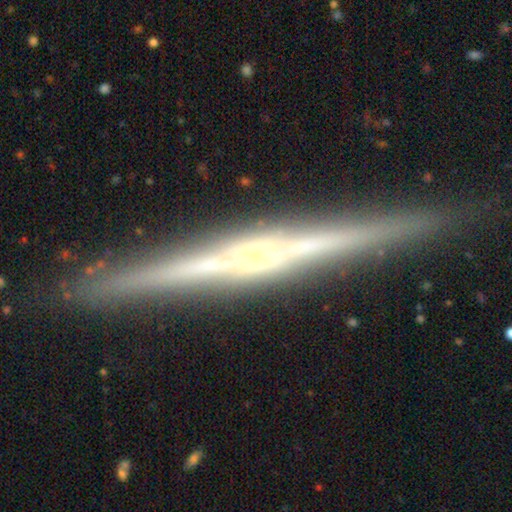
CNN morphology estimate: Smooth or featured: featured or disk — 85% (smooth — 8%)
Edge-on disk: yes — 98% (no — 2%)
Edge-on bulge: rounded — 50% (none — 29%)
Merging: none — 91% (minor disturbance — 7%)